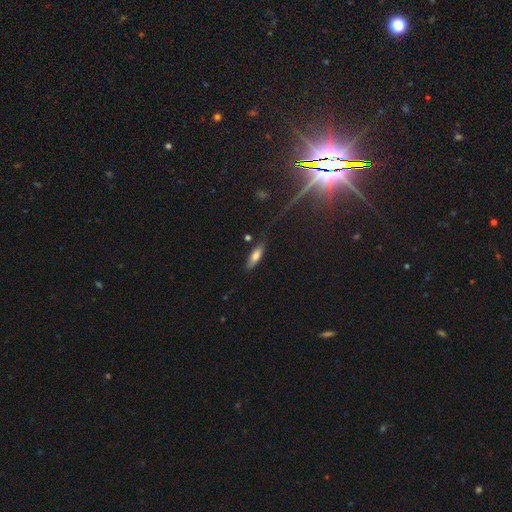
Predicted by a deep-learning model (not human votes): A smooth galaxy with no disk features (74%) that is in between round and cigar-shaped (57%).

Vote fractions:
- Smooth or featured? smooth: 74% / featured or disk: 18% / star or artifact: 8%
- How rounded? in between: 57% / cigar-shaped: 41% / round: 2%
- Merging? none: 75% / minor disturbance: 18% / major disturbance: 4% / merger: 3%